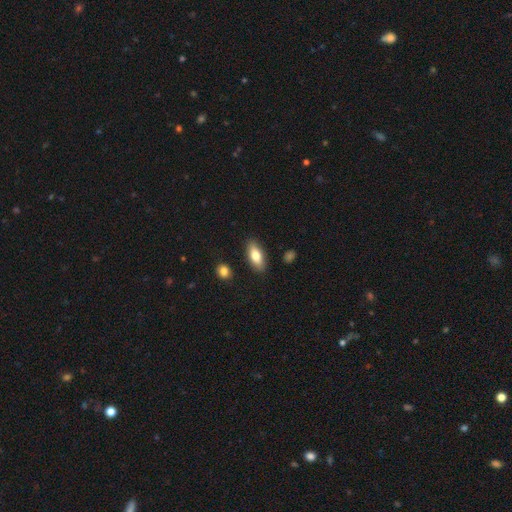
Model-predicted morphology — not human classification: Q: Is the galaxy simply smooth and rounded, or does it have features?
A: smooth — 77%.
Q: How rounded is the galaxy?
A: in between — 82%.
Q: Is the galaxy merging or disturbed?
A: none — 86%.